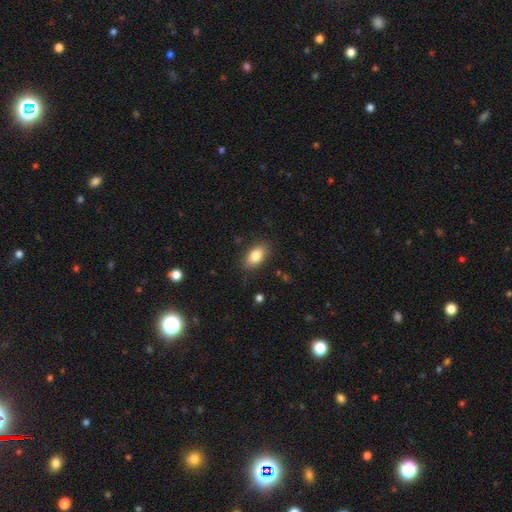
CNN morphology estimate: smooth-or-featured: smooth: 83% | featured or disk: 9% | star or artifact: 8%
  how-rounded: in between: 90% | round: 8% | cigar-shaped: 2%
  merging: none: 85% | minor disturbance: 11% | major disturbance: 3% | merger: 1%